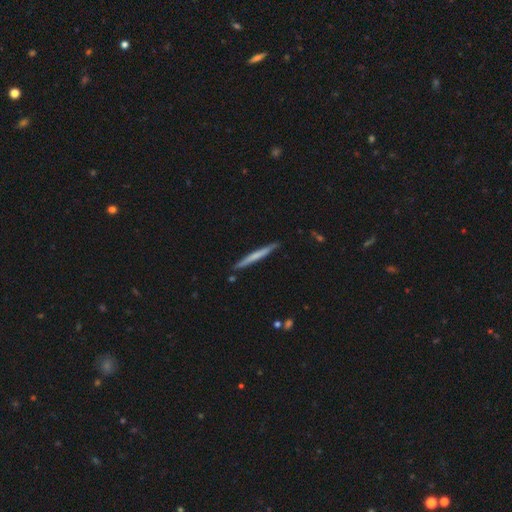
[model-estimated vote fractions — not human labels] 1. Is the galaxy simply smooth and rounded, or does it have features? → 54% smooth, 41% featured or disk, 5% star or artifact.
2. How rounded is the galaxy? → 97% cigar-shaped, 2% in between, 1% round.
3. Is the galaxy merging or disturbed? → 90% none, 8% minor disturbance, 2% merger, 1% major disturbance.